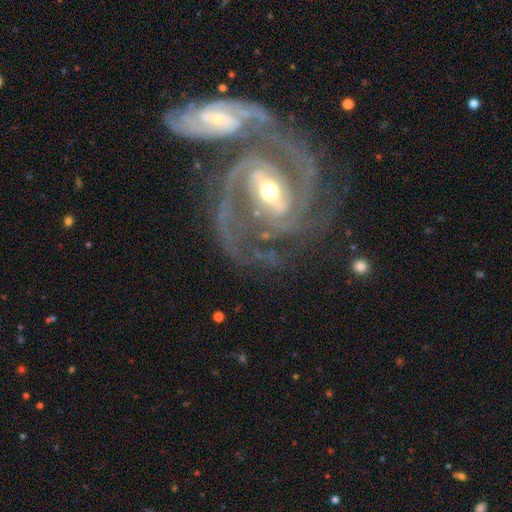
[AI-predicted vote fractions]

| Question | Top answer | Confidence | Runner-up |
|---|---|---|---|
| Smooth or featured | featured or disk | 92% | star or artifact (5%) |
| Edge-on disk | no | 97% | yes (3%) |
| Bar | strong | 47% | weak (36%) |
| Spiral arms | yes | 98% | no (2%) |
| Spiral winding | medium | 47% | tight (44%) |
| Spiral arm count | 2 | 59% | 3 (20%) |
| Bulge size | moderate | 59% | small (34%) |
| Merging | merger | 49% | none (32%) |